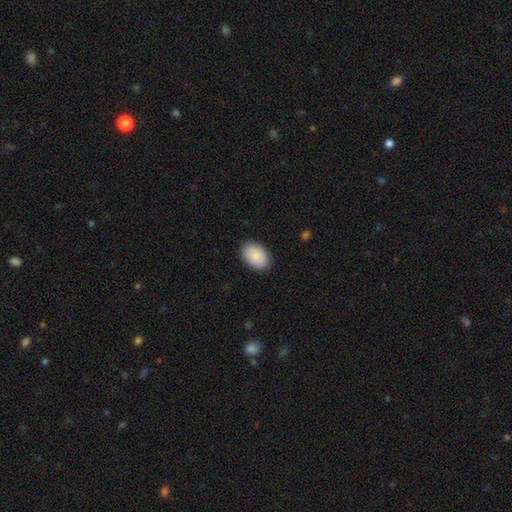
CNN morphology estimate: Smooth or featured? Predicted: smooth (p=0.90). How rounded? Predicted: in between (p=0.90). Merging? Predicted: none (p=0.88).